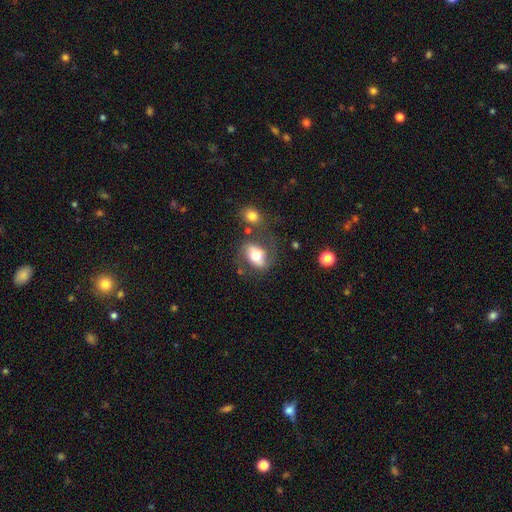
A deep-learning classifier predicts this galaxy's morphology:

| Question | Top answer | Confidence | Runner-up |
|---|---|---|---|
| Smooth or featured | smooth | 57% | featured or disk (35%) |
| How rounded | in between | 81% | round (17%) |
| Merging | none | 55% | minor disturbance (21%) |